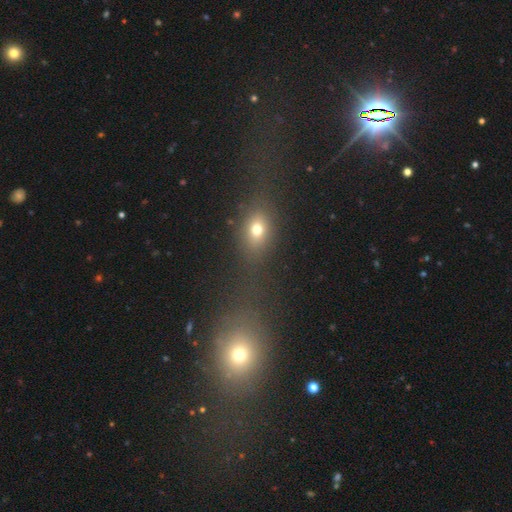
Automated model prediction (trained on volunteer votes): Smooth or featured?
  - smooth: 43% *
  - star or artifact: 41%
  - featured or disk: 16%
Merging?
  - merger: 44% *
  - none: 39%
  - minor disturbance: 9%
  - major disturbance: 8%